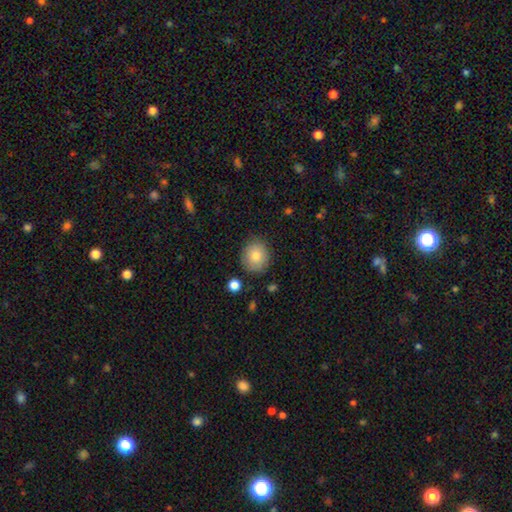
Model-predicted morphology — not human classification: Smooth or featured? smooth (80%)
How rounded? round (80%)
Merging? none (82%)